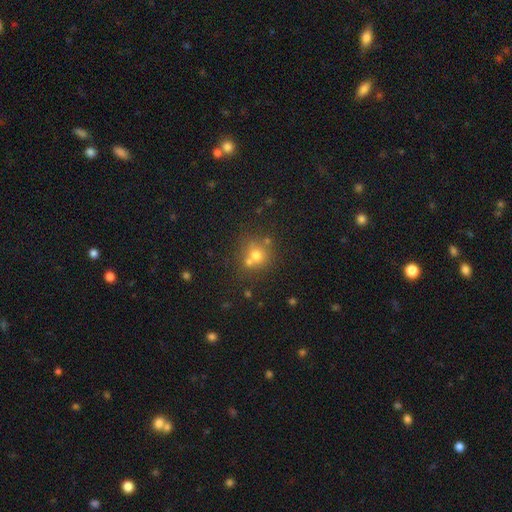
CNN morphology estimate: Smooth or featured?
  - smooth: 66% *
  - star or artifact: 18%
  - featured or disk: 16%
How rounded?
  - round: 84% *
  - in between: 15%
  - cigar-shaped: 1%
Merging?
  - none: 52% *
  - merger: 35%
  - minor disturbance: 10%
  - major disturbance: 4%